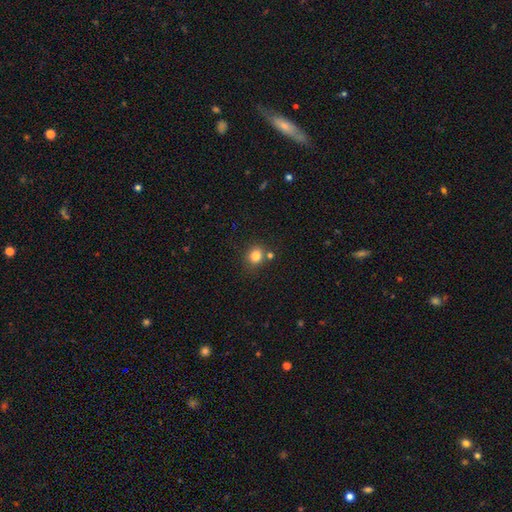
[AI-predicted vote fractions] Morphology: type=smooth (82%); roundness=round (73%); merging=none (73%).